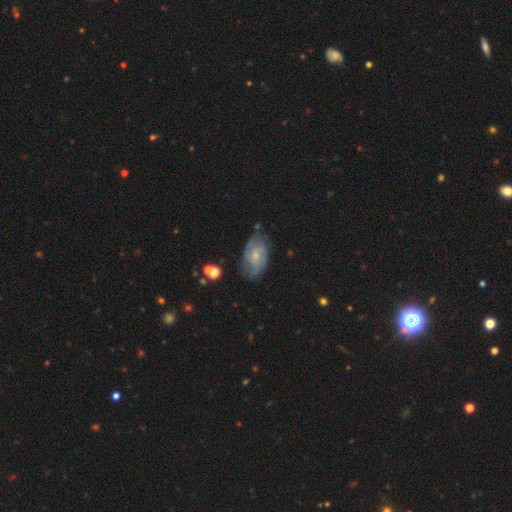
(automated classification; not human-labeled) Smooth or featured?
  - featured or disk: 70% *
  - smooth: 23%
  - star or artifact: 7%
Edge-on disk?
  - no: 96% *
  - yes: 4%
Bar?
  - no: 66% *
  - weak: 30%
  - strong: 4%
Spiral arms?
  - yes: 89% *
  - no: 11%
Spiral winding?
  - medium: 42% *
  - tight: 40%
  - loose: 18%
Spiral arm count?
  - 2: 47% *
  - can't tell: 30%
  - 3: 13%
  - 4: 4%
  - 1: 4%
  - more than 4: 3%
Bulge size?
  - small: 70% *
  - moderate: 23%
  - none: 5%
  - large: 1%
  - dominant: 1%
Merging?
  - none: 66% *
  - minor disturbance: 23%
  - major disturbance: 8%
  - merger: 2%